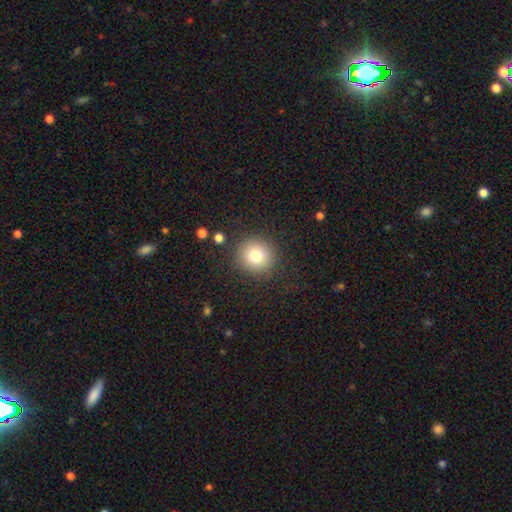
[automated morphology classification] smooth-or-featured: smooth: 80% | star or artifact: 11% | featured or disk: 9%
  how-rounded: round: 92% | in between: 7% | cigar-shaped: 1%
  merging: none: 86% | minor disturbance: 8% | major disturbance: 4% | merger: 2%